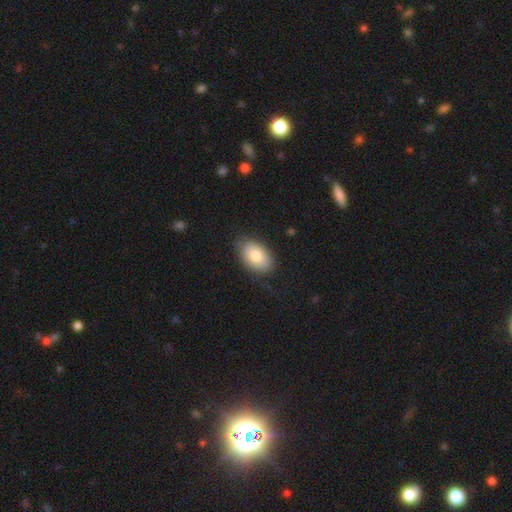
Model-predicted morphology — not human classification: smooth_or_featured: smooth (p=0.81) [alt: featured or disk p=0.13]
how_rounded: in between (p=0.90) [alt: round p=0.08]
merging: none (p=0.79) [alt: minor disturbance p=0.16]